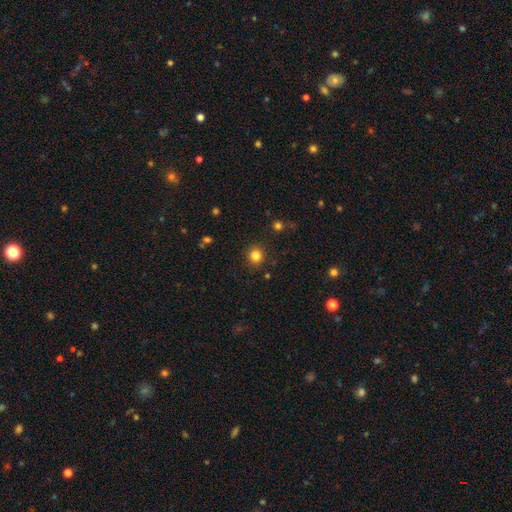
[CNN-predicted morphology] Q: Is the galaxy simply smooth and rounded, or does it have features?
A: smooth — 82%.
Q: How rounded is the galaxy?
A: round — 91%.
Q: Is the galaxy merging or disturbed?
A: none — 90%.